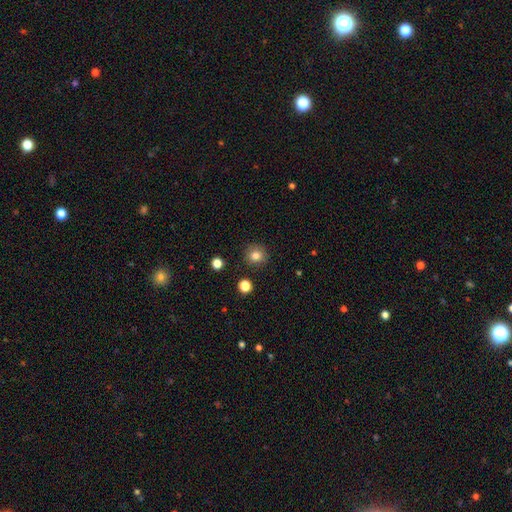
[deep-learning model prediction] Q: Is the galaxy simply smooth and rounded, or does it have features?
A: smooth — 82%.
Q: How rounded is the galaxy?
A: round — 91%.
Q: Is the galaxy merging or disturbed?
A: none — 89%.